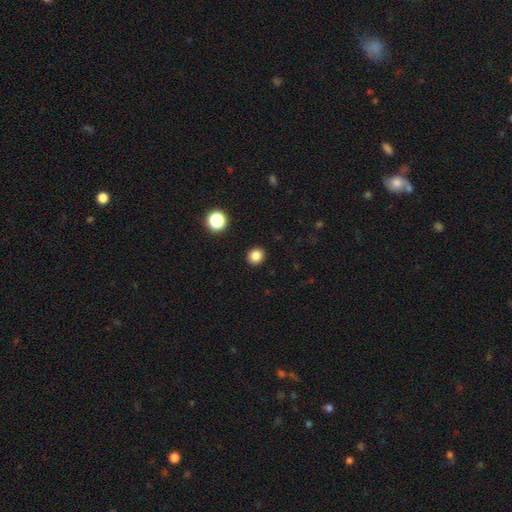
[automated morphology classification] A smooth galaxy with no disk features (85%) that is round (82%). Merging: none (92%).